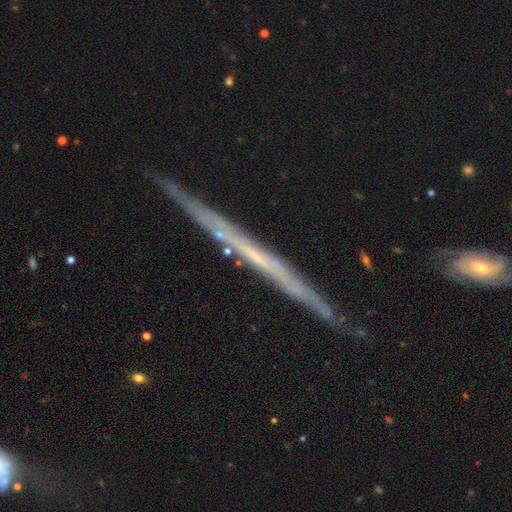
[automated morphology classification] Overall: featured or disk (70%). Edge-on disk: yes (94%). Edge-on bulge: none (88%). Merging: none (84%).